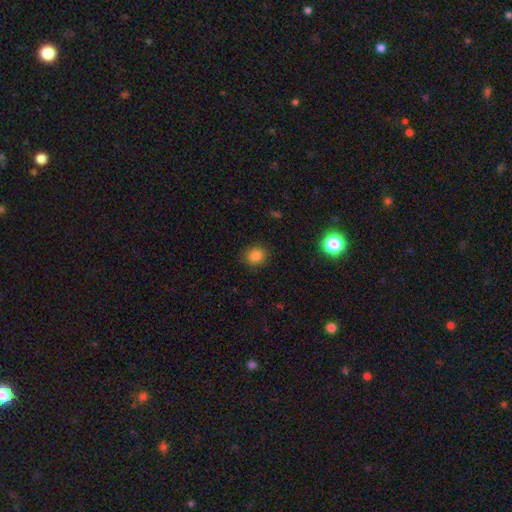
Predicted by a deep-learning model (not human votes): Smooth or featured? Predicted: smooth (p=0.83). How rounded? Predicted: round (p=0.79). Merging? Predicted: none (p=0.88).